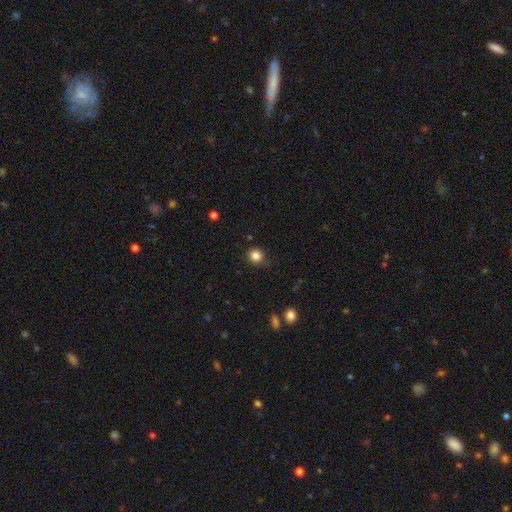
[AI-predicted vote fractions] smooth-or-featured: smooth: 84% | star or artifact: 12% | featured or disk: 5%
  how-rounded: round: 90% | in between: 9% | cigar-shaped: 1%
  merging: none: 85% | minor disturbance: 11% | major disturbance: 2% | merger: 1%